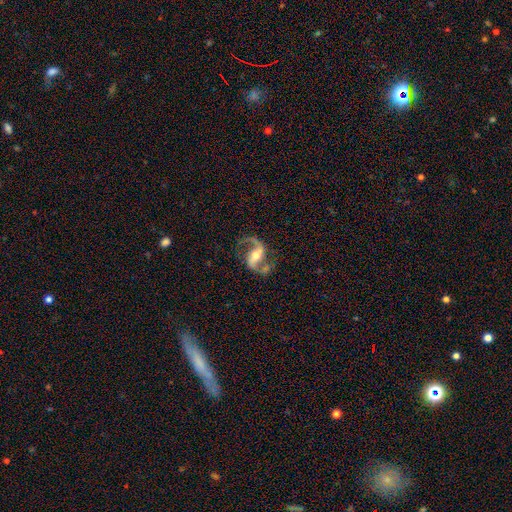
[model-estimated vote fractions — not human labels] smooth-or-featured: featured or disk: 90% | star or artifact: 5% | smooth: 5%
  disk-edge-on: no: 97% | yes: 3%
    bar: strong: 40% | weak: 37% | no: 23%
    has-spiral-arms: yes: 97% | no: 3%
      spiral-winding: loose: 55% | medium: 38% | tight: 7%
      spiral-arm-count: 2: 92% | 1: 3% | can't tell: 2% | 3: 1% | 4: 1% | more than 4: 1%
    bulge-size: moderate: 49% | small: 33% | large: 11% | none: 6% | dominant: 2%
  merging: none: 71% | minor disturbance: 14% | major disturbance: 11% | merger: 4%